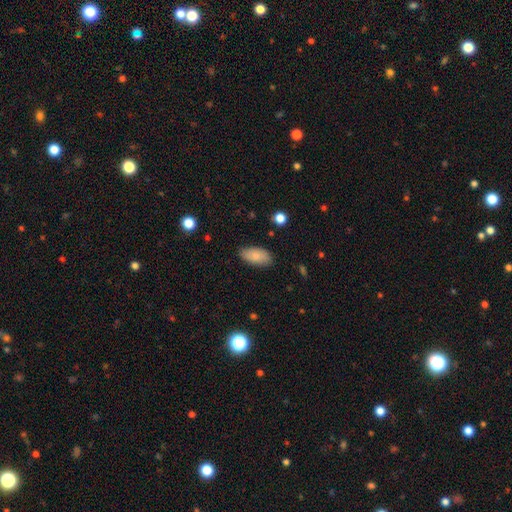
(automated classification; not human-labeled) smooth 82%, featured or disk 11%, star or artifact 7%. Down the decision tree: how rounded — in between (92%); merging — none (84%).